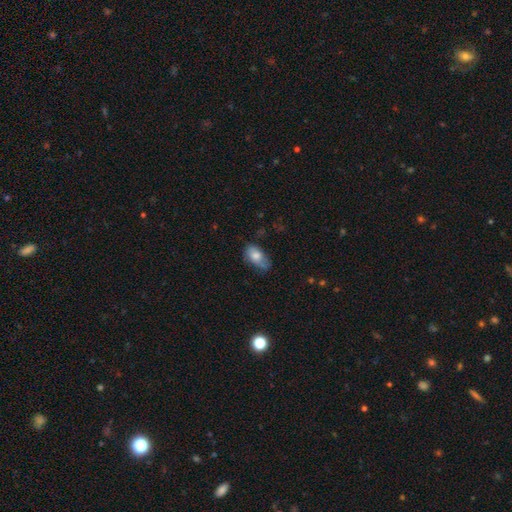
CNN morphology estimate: Overall: smooth (72%). How rounded: in between (91%). Merging: none (51%; minor disturbance 35%).